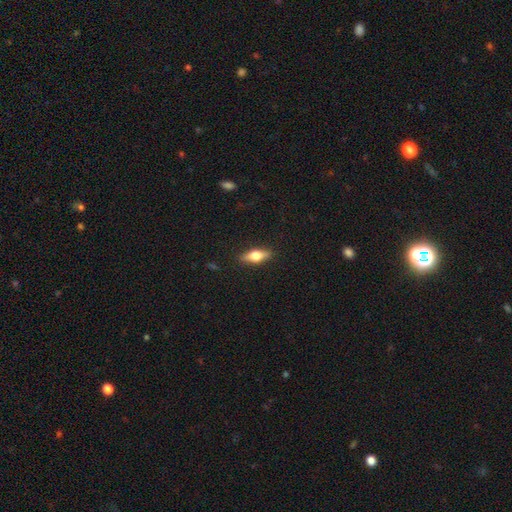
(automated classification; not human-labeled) A smooth galaxy with no disk features (58%) that is in between round and cigar-shaped (64%).

Vote fractions:
- Smooth or featured? smooth: 58% / featured or disk: 36% / star or artifact: 7%
- How rounded? in between: 64% / cigar-shaped: 31% / round: 4%
- Merging? none: 88% / minor disturbance: 9% / major disturbance: 2% / merger: 1%